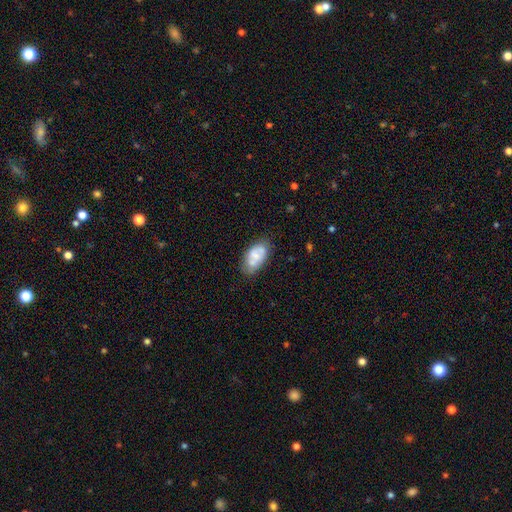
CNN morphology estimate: Smooth or featured: smooth — 56% (featured or disk — 36%)
How rounded: in between — 92% (round — 6%)
Merging: none — 63% (minor disturbance — 23%)